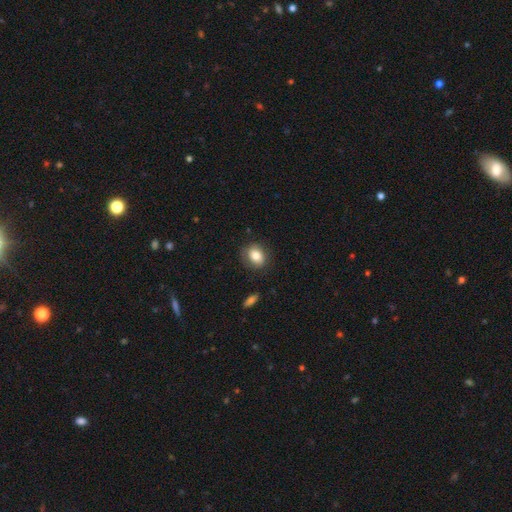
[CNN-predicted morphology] The model was most divided on "how rounded": in between: 53%, round: 46%, cigar-shaped: 1%. More confident: smooth or featured — smooth (80%); merging — none (80%).